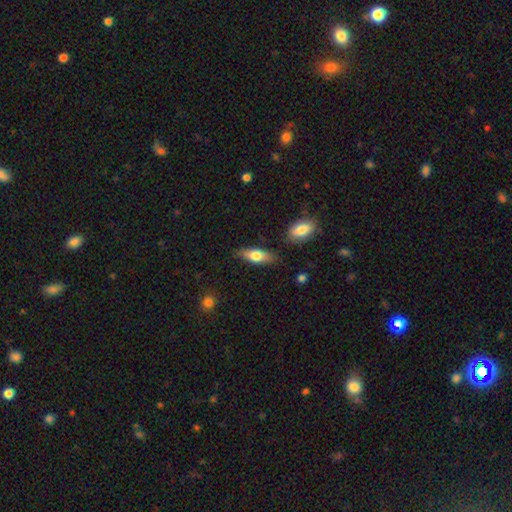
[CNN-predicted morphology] Q: Smooth or featured?
A: smooth (67%); runner-up: featured or disk (27%)
Q: How rounded?
A: in between (67%); runner-up: cigar-shaped (30%)
Q: Merging?
A: none (79%); runner-up: minor disturbance (14%)